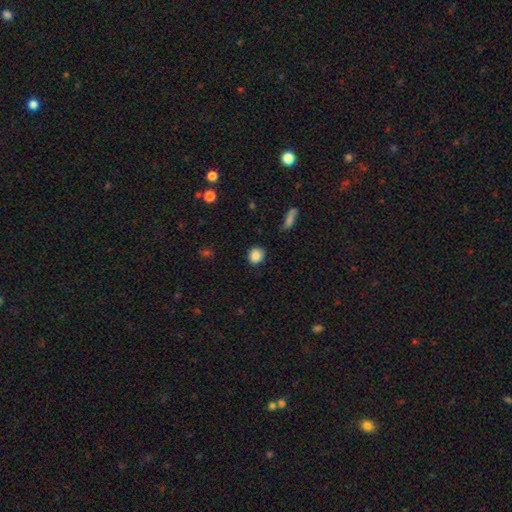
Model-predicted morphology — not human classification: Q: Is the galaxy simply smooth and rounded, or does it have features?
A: smooth — 87%.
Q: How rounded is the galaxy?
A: round — 71%.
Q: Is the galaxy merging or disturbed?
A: none — 84%.